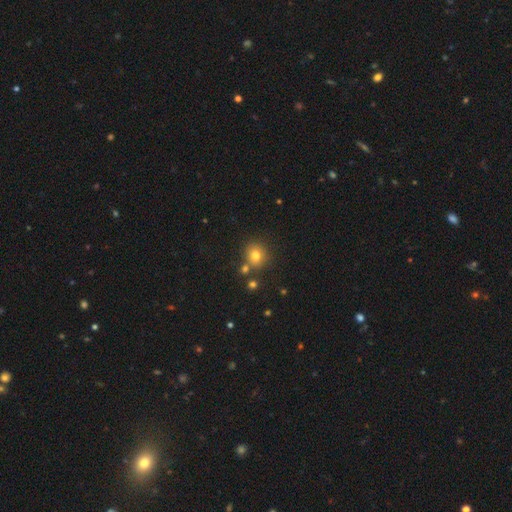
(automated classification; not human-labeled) Q: Smooth or featured?
A: smooth (77%); runner-up: star or artifact (14%)
Q: How rounded?
A: round (85%); runner-up: in between (14%)
Q: Merging?
A: none (75%); runner-up: merger (12%)